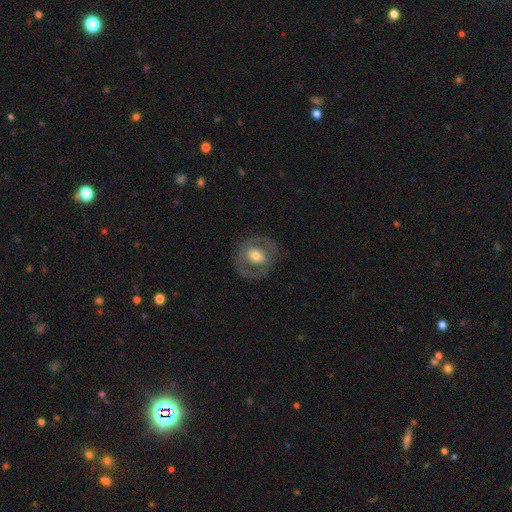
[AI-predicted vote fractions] smooth-or-featured: featured or disk: 56% | smooth: 38% | star or artifact: 6%
  disk-edge-on: no: 95% | yes: 5%
    bar: no: 52% | weak: 32% | strong: 16%
    has-spiral-arms: no: 69% | yes: 31%
    bulge-size: moderate: 71% | large: 14% | small: 13% | dominant: 1% | none: 1%
  merging: none: 76% | minor disturbance: 14% | major disturbance: 9% | merger: 1%